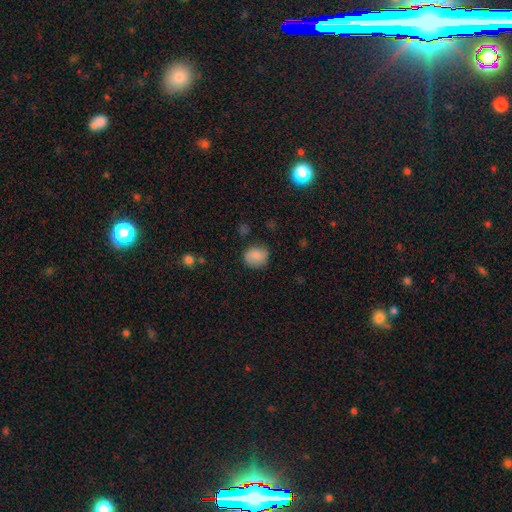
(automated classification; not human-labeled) smooth_or_featured: smooth (p=0.83) [alt: star or artifact p=0.09]
how_rounded: round (p=0.76) [alt: in between p=0.23]
merging: none (p=0.72) [alt: minor disturbance p=0.20]